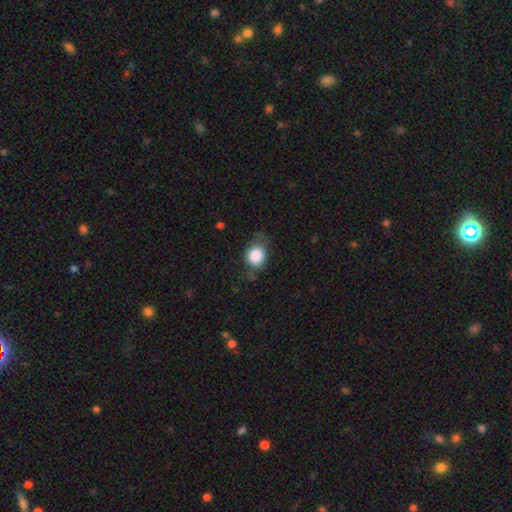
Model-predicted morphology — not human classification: smooth_or_featured: smooth (p=0.82) [alt: featured or disk p=0.10]
how_rounded: round (p=0.66) [alt: in between p=0.33]
merging: none (p=0.60) [alt: minor disturbance p=0.25]